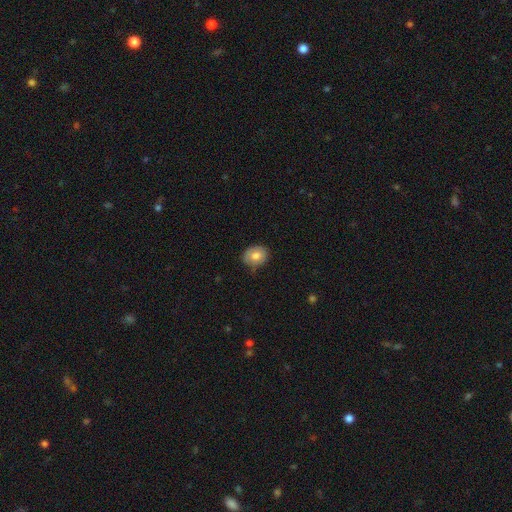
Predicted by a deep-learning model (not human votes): Morphology: type=smooth (78%); roundness=round (52%); merging=none (73%).